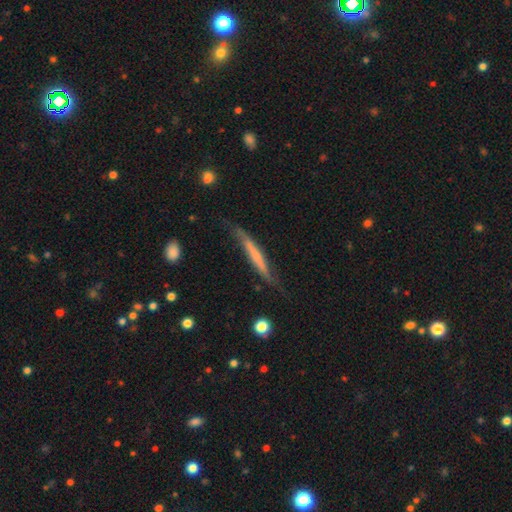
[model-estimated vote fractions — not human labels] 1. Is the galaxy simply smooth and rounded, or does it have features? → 49% featured or disk, 46% smooth, 6% star or artifact.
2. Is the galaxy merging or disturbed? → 66% none, 25% minor disturbance, 7% major disturbance, 2% merger.